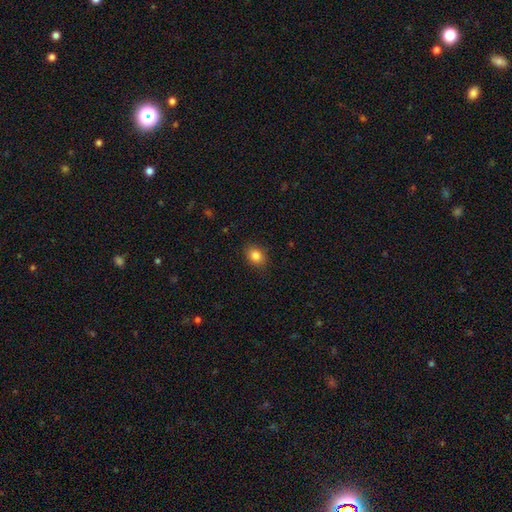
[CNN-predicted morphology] This is clearly a smooth galaxy (84%). How rounded: possibly round (53%). Merging: clearly none (87%).